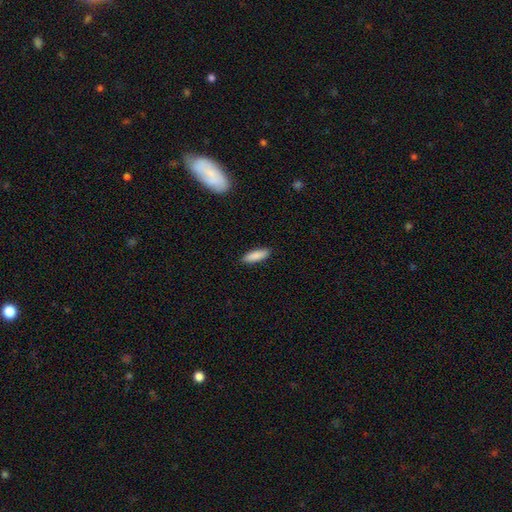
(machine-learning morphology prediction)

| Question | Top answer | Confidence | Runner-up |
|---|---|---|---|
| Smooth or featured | smooth | 89% | star or artifact (6%) |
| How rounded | cigar-shaped | 50% | in between (48%) |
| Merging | none | 89% | minor disturbance (8%) |